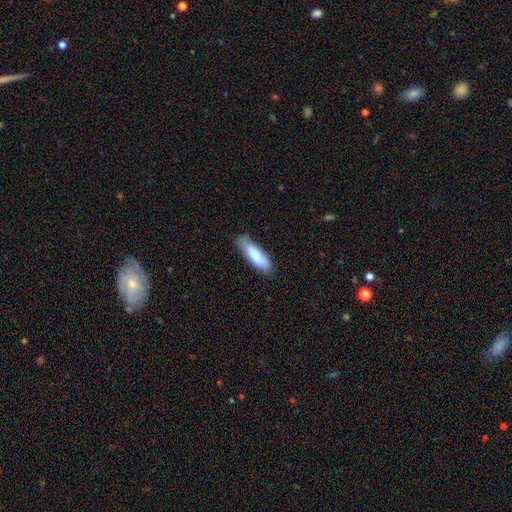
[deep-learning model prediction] Smooth or featured? Predicted: smooth (p=0.80). How rounded? Predicted: cigar-shaped (p=0.50). Merging? Predicted: none (p=0.68).